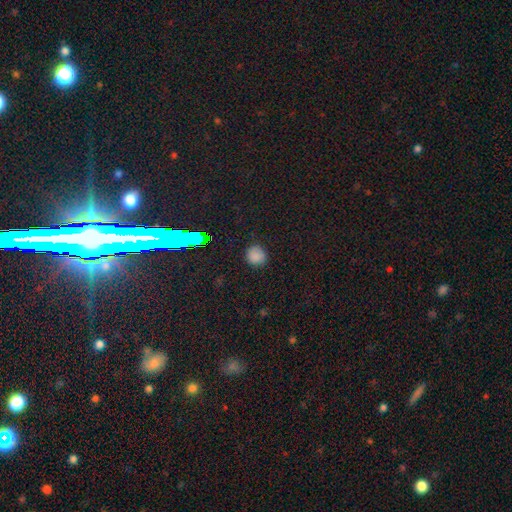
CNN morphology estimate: This appears to be a smooth galaxy with no disk features (79%) that is round (90%). Merging: none (86%).